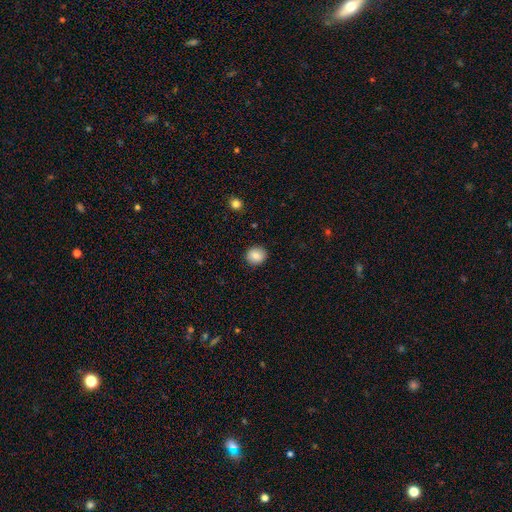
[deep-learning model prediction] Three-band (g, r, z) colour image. It shows a smooth galaxy with no disk features (85%) that is round (83%). Merging: none (91%).